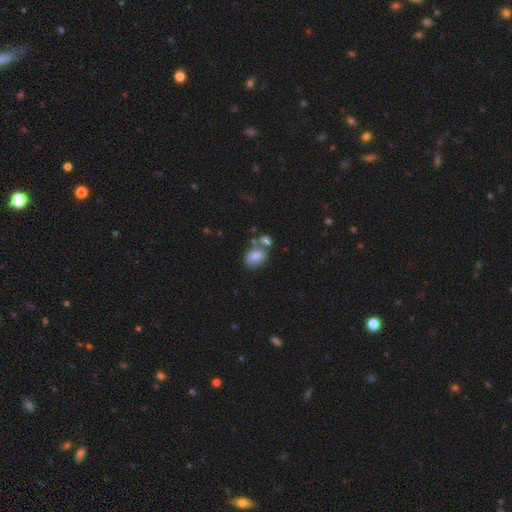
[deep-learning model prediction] A smooth galaxy with no disk features (76%) that is in between round and cigar-shaped (77%).

Vote fractions:
- Smooth or featured? smooth: 76% / featured or disk: 15% / star or artifact: 9%
- How rounded? in between: 77% / round: 21% / cigar-shaped: 2%
- Merging? none: 45% / merger: 33% / minor disturbance: 16% / major disturbance: 6%